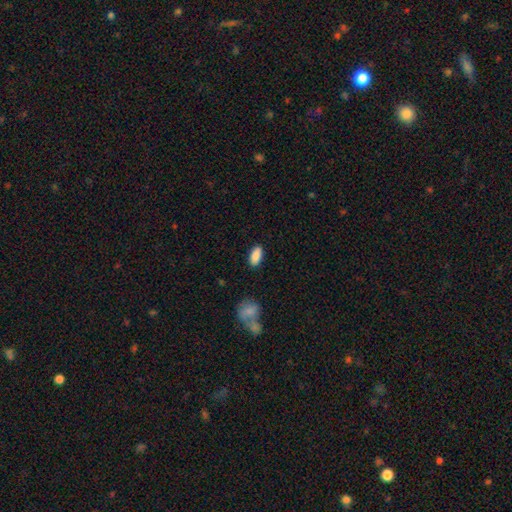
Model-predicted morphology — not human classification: Smooth or featured?
  - smooth: 89% *
  - star or artifact: 6%
  - featured or disk: 4%
How rounded?
  - in between: 90% *
  - cigar-shaped: 8%
  - round: 2%
Merging?
  - none: 87% *
  - minor disturbance: 9%
  - major disturbance: 2%
  - merger: 2%